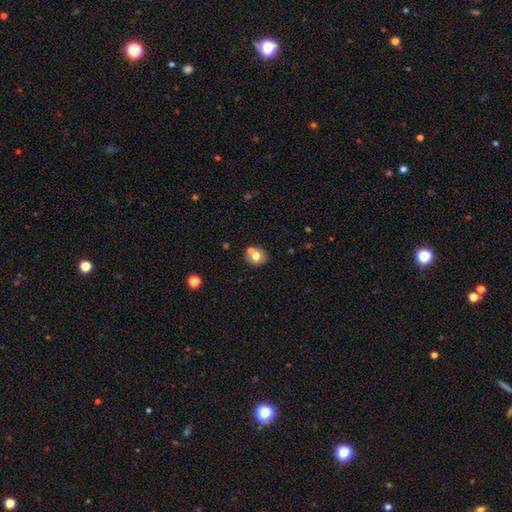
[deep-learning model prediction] smooth_or_featured: smooth (p=0.72) [alt: featured or disk p=0.18]
how_rounded: round (p=0.72) [alt: in between p=0.28]
merging: none (p=0.62) [alt: merger p=0.25]